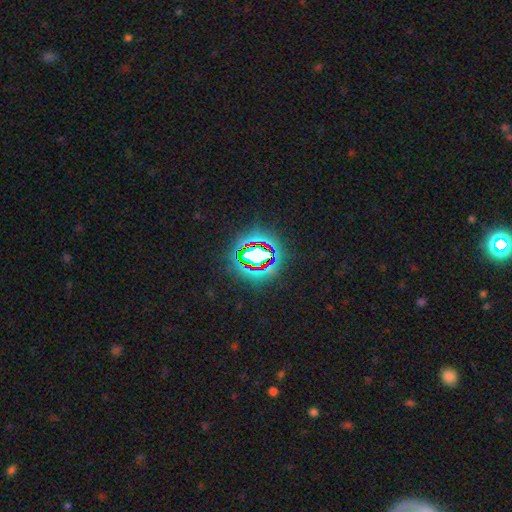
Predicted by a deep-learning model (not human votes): star or artifact 70%, smooth 18%, featured or disk 12%.